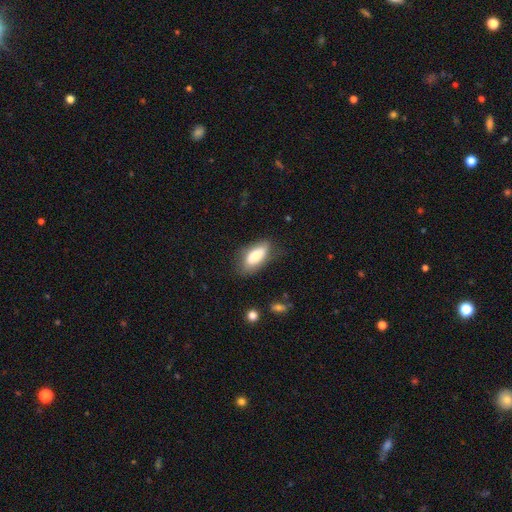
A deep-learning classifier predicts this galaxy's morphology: type=smooth (73%); roundness=in between (86%); merging=none (74%).